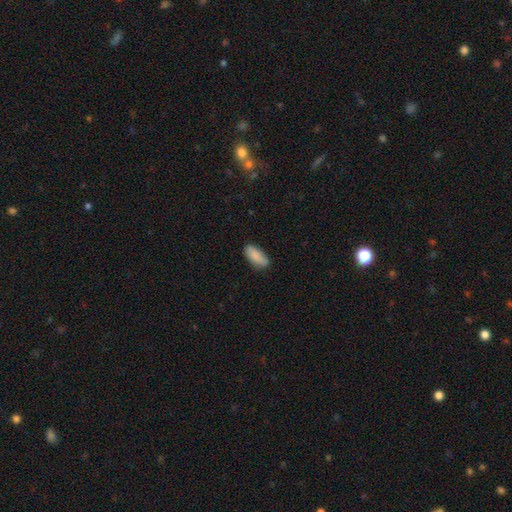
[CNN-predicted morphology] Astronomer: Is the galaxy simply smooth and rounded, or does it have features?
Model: smooth — 87%.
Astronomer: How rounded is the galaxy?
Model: in between — 85%.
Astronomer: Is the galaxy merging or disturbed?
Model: none — 82%.